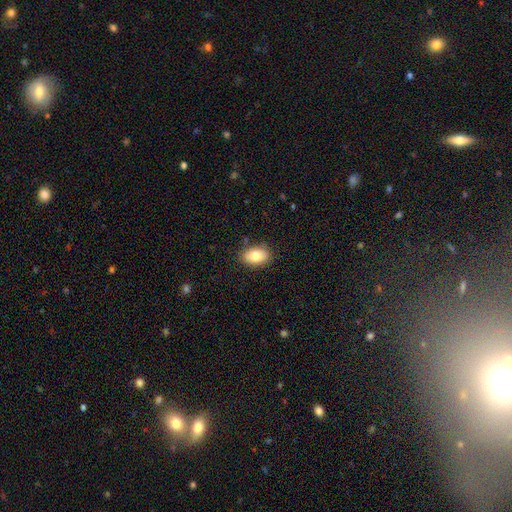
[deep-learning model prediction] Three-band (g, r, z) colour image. It shows a smooth galaxy with no disk features (82%) that is in between round and cigar-shaped (87%). Merging: none (84%).